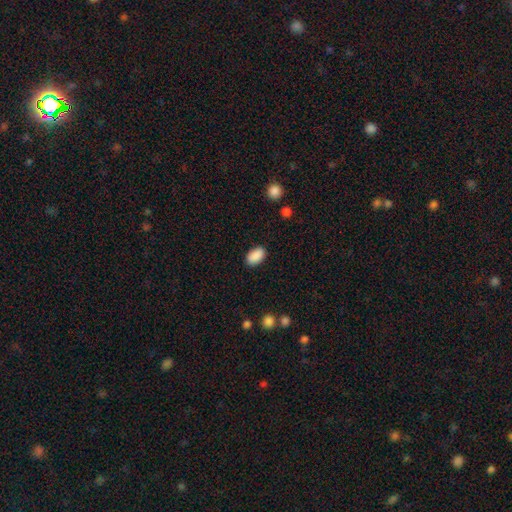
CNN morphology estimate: The model was most divided on "merging": none: 88%, minor disturbance: 9%, major disturbance: 2%, merger: 1%. More confident: how rounded — in between (92%); smooth or featured — smooth (90%).